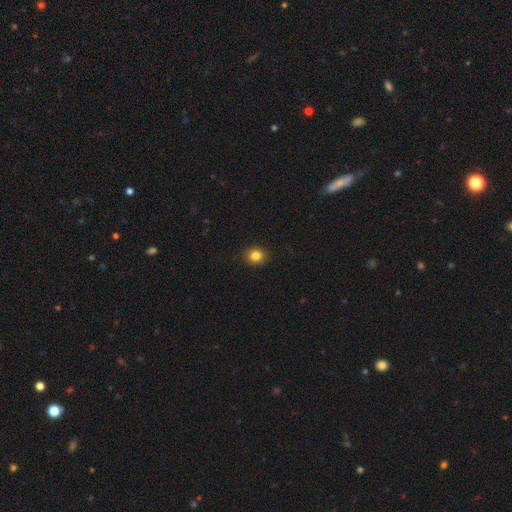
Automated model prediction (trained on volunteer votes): Morphology: type=smooth (84%); roundness=round (69%); merging=none (91%).